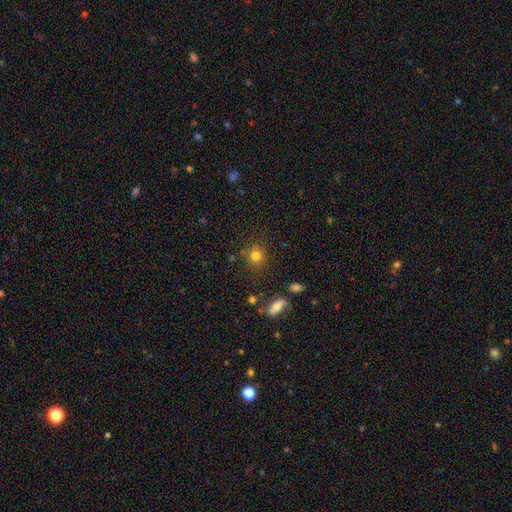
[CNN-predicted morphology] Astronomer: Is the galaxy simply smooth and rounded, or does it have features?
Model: smooth — 79%.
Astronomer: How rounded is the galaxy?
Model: round — 87%.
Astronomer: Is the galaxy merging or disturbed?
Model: none — 81%.